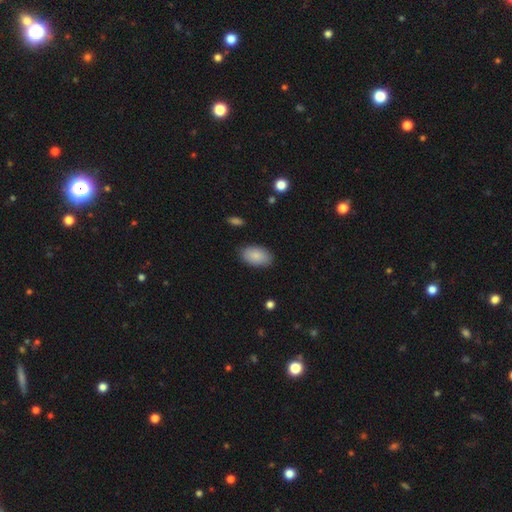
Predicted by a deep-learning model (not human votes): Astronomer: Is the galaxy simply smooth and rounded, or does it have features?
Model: smooth — 87%.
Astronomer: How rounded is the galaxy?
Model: in between — 93%.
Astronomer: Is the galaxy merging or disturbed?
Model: none — 86%.